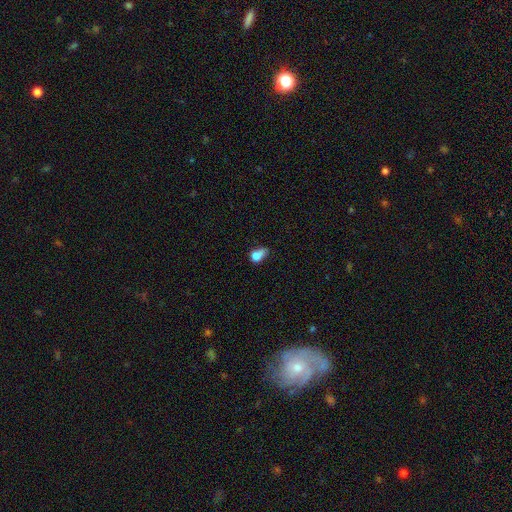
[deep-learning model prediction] Smooth or featured? Predicted: smooth (p=0.72). How rounded? Predicted: in between (p=0.66). Merging? Predicted: minor disturbance (p=0.31).